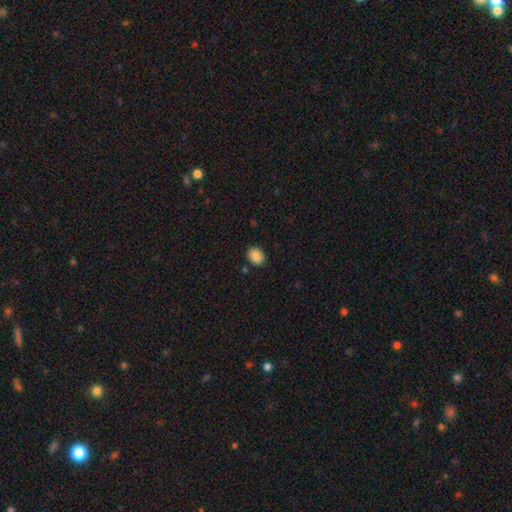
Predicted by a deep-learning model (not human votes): smooth-or-featured: smooth: 86% | star or artifact: 8% | featured or disk: 6%
  how-rounded: round: 50% | in between: 49% | cigar-shaped: 1%
  merging: none: 88% | minor disturbance: 8% | merger: 2% | major disturbance: 2%